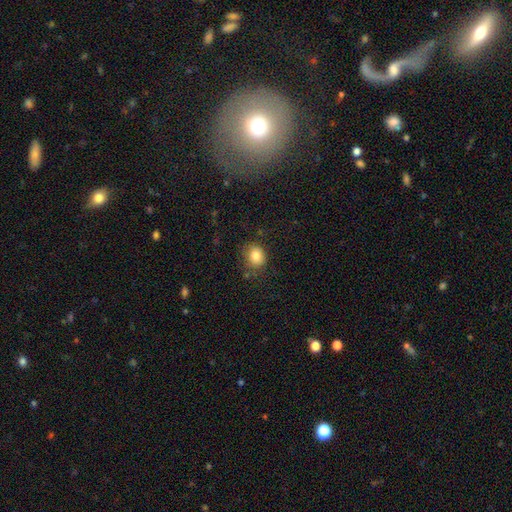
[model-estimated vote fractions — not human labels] This appears to be a smooth galaxy with no disk features (83%) that is round (70%). Merging: none (77%).